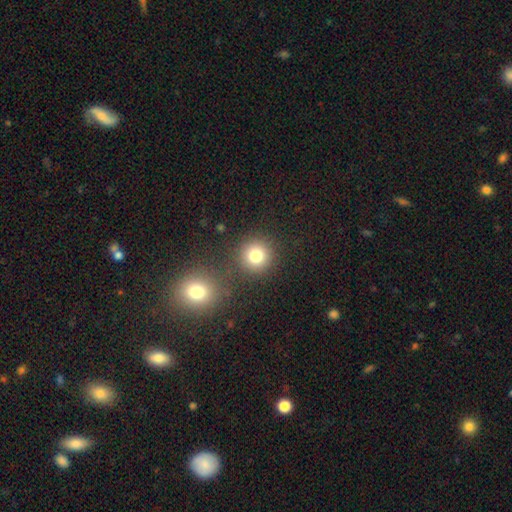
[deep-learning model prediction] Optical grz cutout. It shows a smooth galaxy with no disk features (79%) that is round (93%). Merging: none (81%).